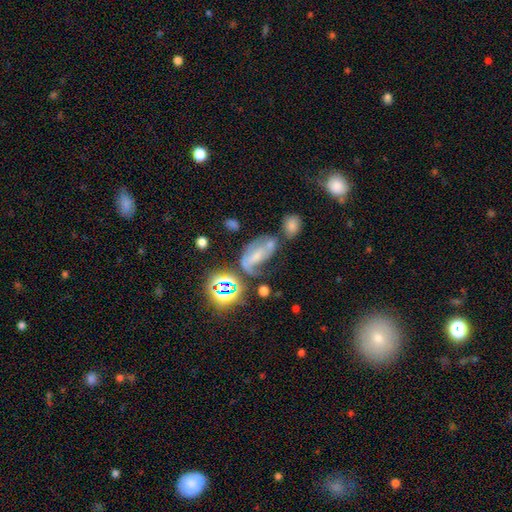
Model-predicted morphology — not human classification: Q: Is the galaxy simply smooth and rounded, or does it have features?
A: featured or disk — 44%.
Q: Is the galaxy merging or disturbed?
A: none — 31%.